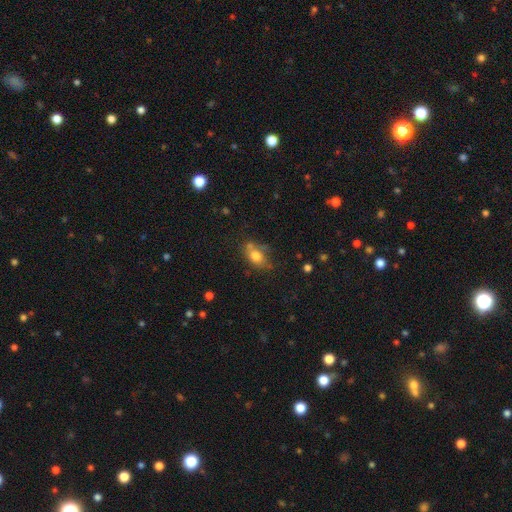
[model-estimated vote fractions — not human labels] A smooth galaxy with no disk features (76%) that is in between round and cigar-shaped (74%).

Vote fractions:
- Smooth or featured? smooth: 76% / featured or disk: 14% / star or artifact: 10%
- How rounded? in between: 74% / round: 23% / cigar-shaped: 2%
- Merging? none: 50% / minor disturbance: 24% / merger: 17% / major disturbance: 10%